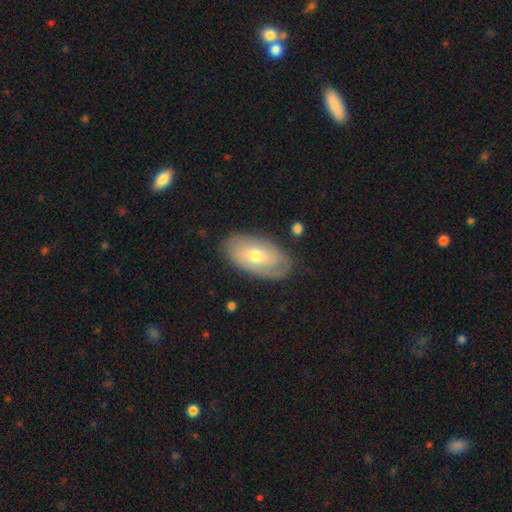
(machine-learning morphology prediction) Smooth or featured: featured or disk — 47% (tied with smooth — 47%)
Merging: none — 78% (minor disturbance — 16%)